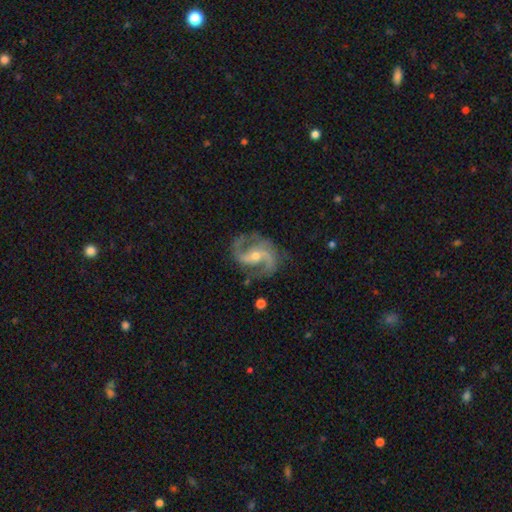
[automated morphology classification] Q: Smooth or featured?
A: featured or disk (92%); runner-up: star or artifact (5%)
Q: Edge-on disk?
A: no (98%); runner-up: yes (2%)
Q: Bar?
A: weak (41%); runner-up: no (35%)
Q: Spiral arms?
A: yes (98%); runner-up: no (2%)
Q: Spiral winding?
A: medium (56%); runner-up: loose (30%)
Q: Spiral arm count?
A: 2 (91%); runner-up: 3 (3%)
Q: Bulge size?
A: small (53%); runner-up: moderate (43%)
Q: Merging?
A: none (75%); runner-up: minor disturbance (16%)